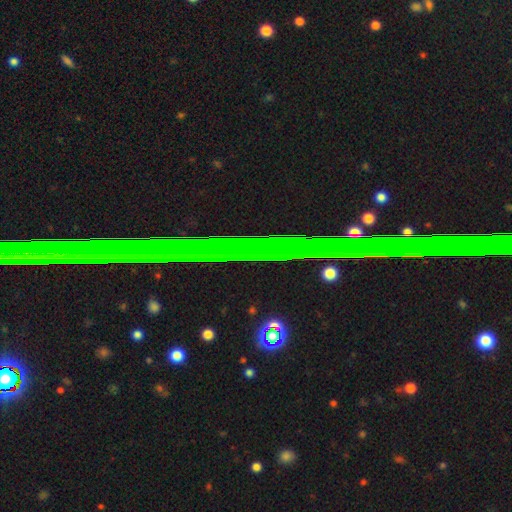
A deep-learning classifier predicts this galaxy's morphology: The model was most divided on "smooth or featured": star or artifact: 76%, featured or disk: 15%, smooth: 8%.